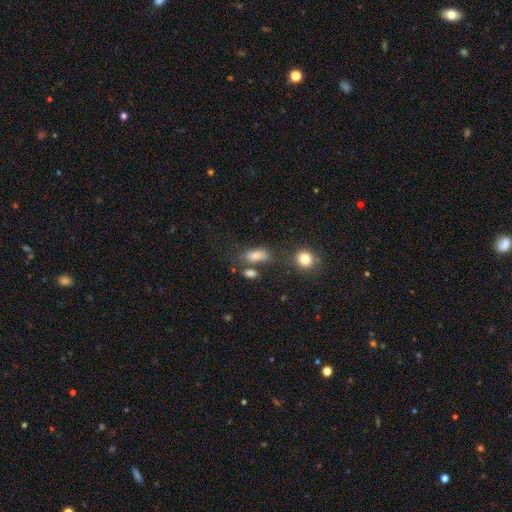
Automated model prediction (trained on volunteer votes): smooth 75%, star or artifact 13%, featured or disk 11%. Down the decision tree: how rounded — in between (80%); merging — none (55%).